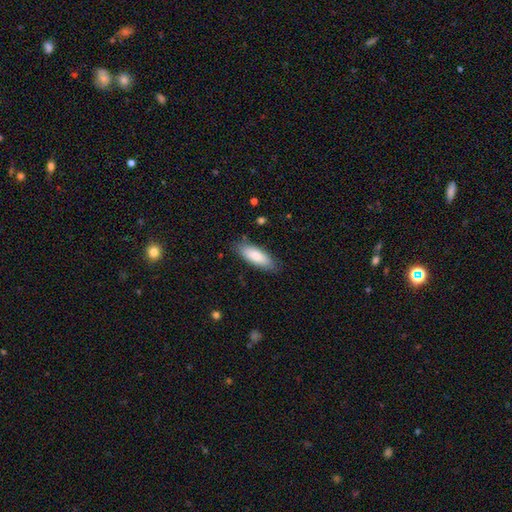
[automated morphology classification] Smooth or featured? smooth (84%)
How rounded? in between (66%)
Merging? none (83%)